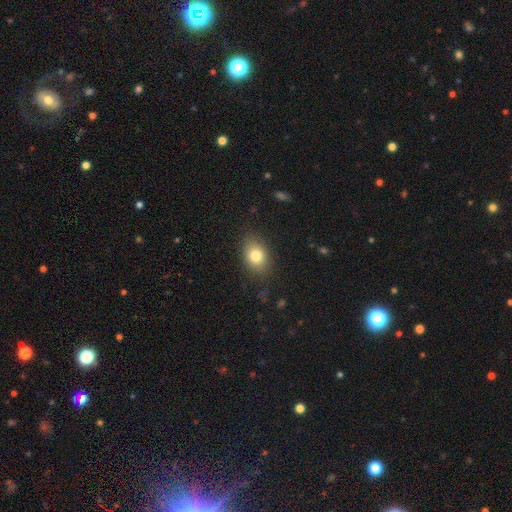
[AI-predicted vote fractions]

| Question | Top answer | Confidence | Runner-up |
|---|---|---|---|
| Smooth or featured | smooth | 80% | featured or disk (11%) |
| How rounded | in between | 72% | round (27%) |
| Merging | none | 82% | minor disturbance (13%) |